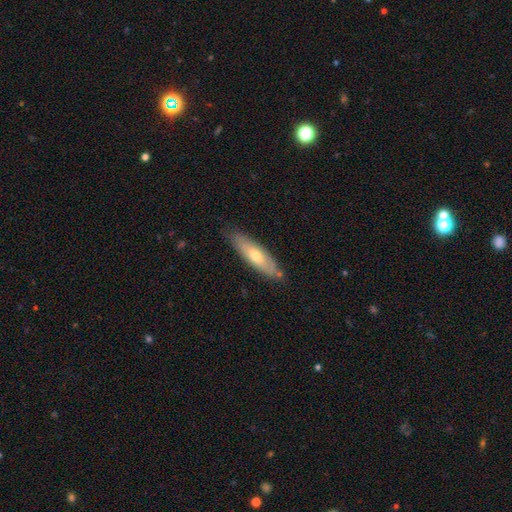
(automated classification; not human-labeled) smooth-or-featured: smooth: 57% | featured or disk: 37% | star or artifact: 6%
  how-rounded: cigar-shaped: 57% | in between: 42% | round: 2%
  merging: none: 78% | minor disturbance: 16% | major disturbance: 3% | merger: 3%